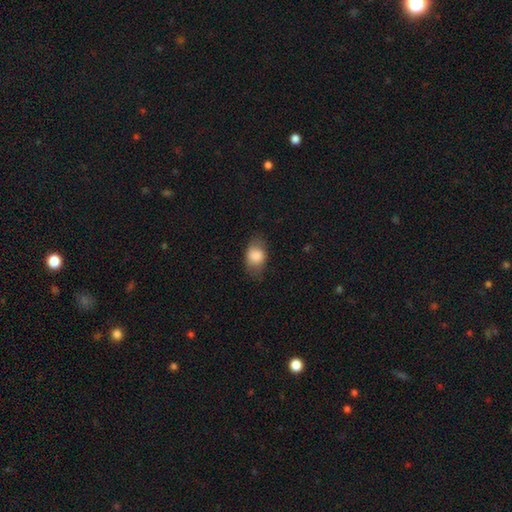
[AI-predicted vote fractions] Smooth or featured? Predicted: smooth (p=0.83). How rounded? Predicted: in between (p=0.80). Merging? Predicted: none (p=0.72).